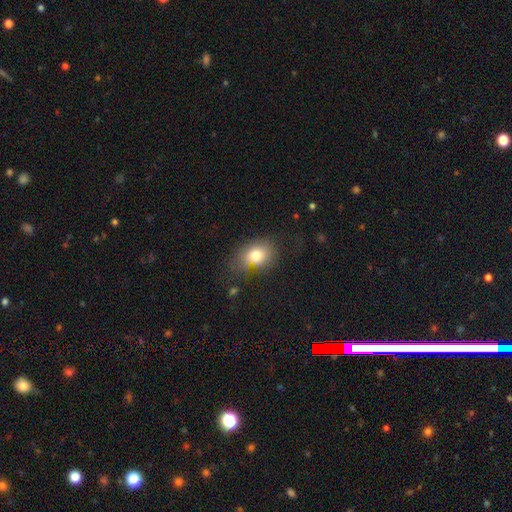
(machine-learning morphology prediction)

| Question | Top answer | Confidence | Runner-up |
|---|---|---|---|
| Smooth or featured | smooth | 74% | featured or disk (14%) |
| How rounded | in between | 59% | round (39%) |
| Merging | none | 56% | minor disturbance (27%) |